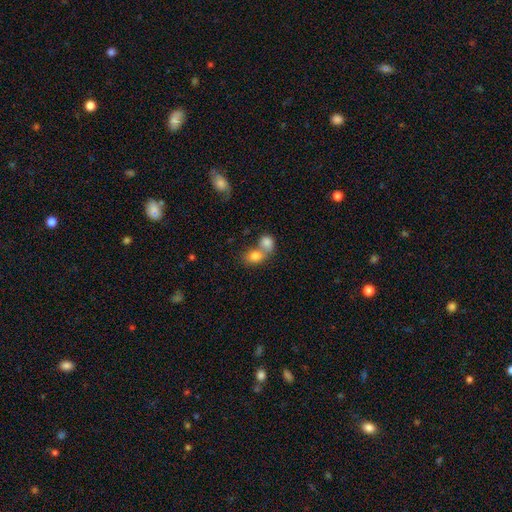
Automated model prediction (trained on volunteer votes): Morphology: type=smooth (66%); roundness=round (53%); merging=merger (54%).